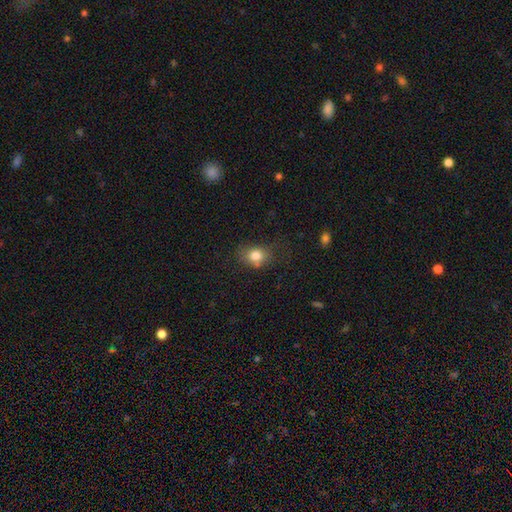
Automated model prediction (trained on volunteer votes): Smooth or featured: smooth — 80% (star or artifact — 11%)
How rounded: round — 51% (in between — 48%)
Merging: none — 59% (minor disturbance — 27%)